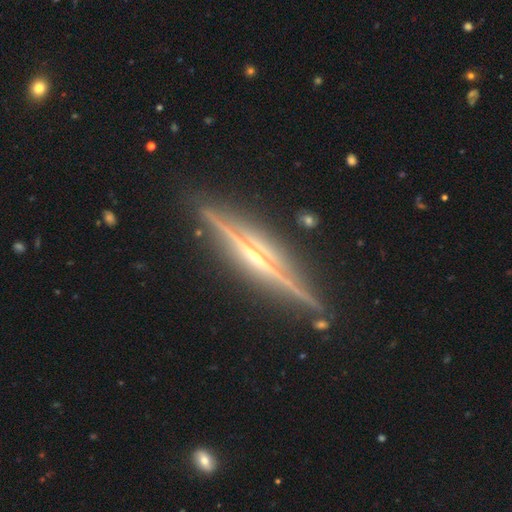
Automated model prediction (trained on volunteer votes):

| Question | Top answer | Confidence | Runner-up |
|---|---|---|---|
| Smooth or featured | featured or disk | 89% | star or artifact (6%) |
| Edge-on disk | yes | 98% | no (2%) |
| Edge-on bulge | rounded | 66% | none (24%) |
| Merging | none | 88% | minor disturbance (8%) |